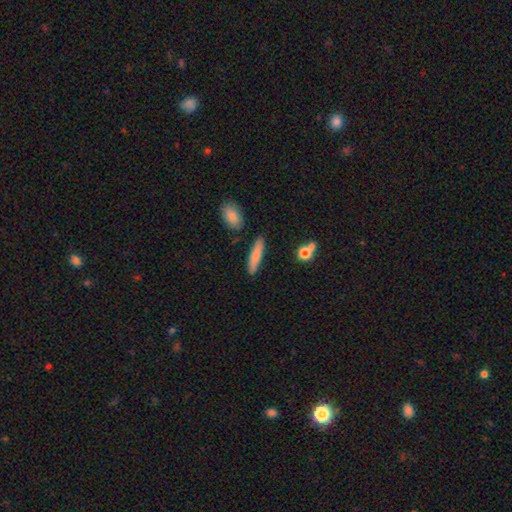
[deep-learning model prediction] Smooth or featured? Predicted: smooth (p=0.78). How rounded? Predicted: cigar-shaped (p=0.76). Merging? Predicted: none (p=0.85).